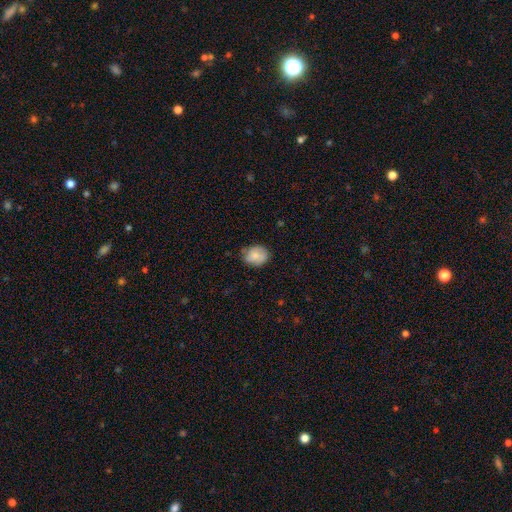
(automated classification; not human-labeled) Q: Smooth or featured?
A: smooth (77%); runner-up: featured or disk (16%)
Q: How rounded?
A: round (53%); runner-up: in between (46%)
Q: Merging?
A: none (69%); runner-up: minor disturbance (24%)